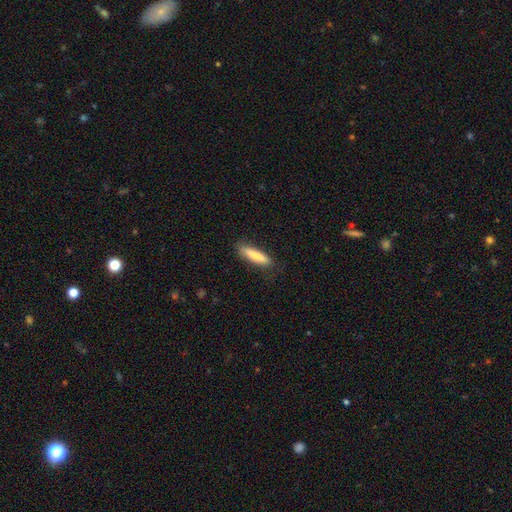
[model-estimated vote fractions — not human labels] Smooth or featured: smooth — 77% (featured or disk — 17%)
How rounded: cigar-shaped — 78% (in between — 21%)
Merging: none — 84% (minor disturbance — 12%)